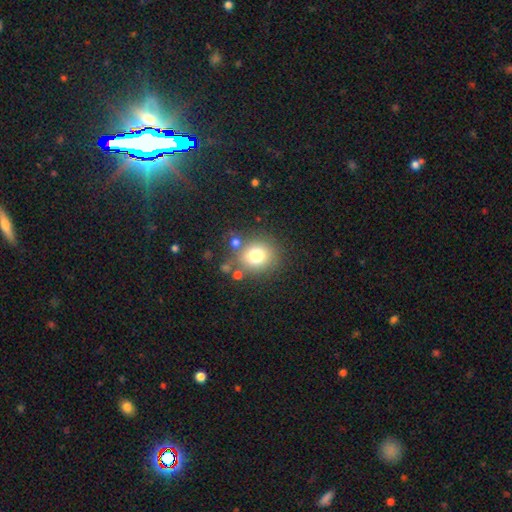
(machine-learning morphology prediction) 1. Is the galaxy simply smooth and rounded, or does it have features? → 76% smooth, 13% star or artifact, 11% featured or disk.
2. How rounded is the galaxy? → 83% round, 16% in between, 1% cigar-shaped.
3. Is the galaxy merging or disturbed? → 76% none, 11% minor disturbance, 8% merger, 5% major disturbance.